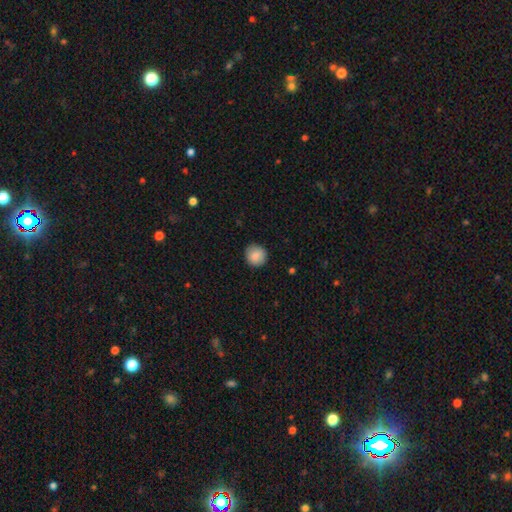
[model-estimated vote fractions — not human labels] This appears to be a smooth galaxy with no disk features (87%) that is round (92%). Merging: none (89%).